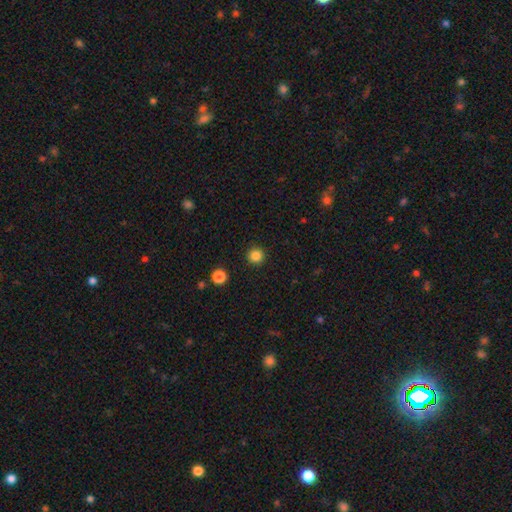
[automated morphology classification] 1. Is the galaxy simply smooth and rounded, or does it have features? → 85% smooth, 12% star or artifact, 4% featured or disk.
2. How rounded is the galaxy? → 95% round, 4% in between, 1% cigar-shaped.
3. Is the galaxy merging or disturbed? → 93% none, 4% minor disturbance, 2% major disturbance, 1% merger.